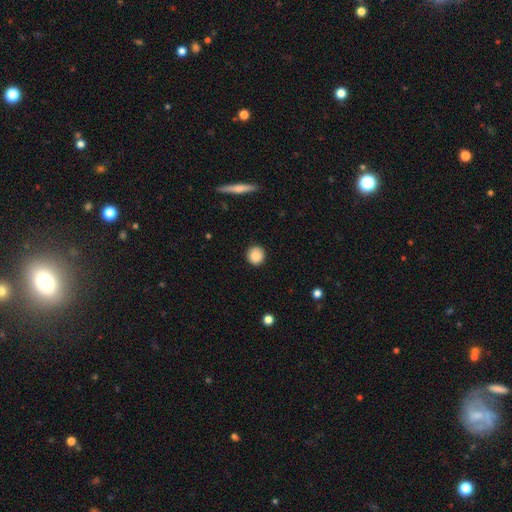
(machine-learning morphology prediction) Smooth or featured: smooth — 88% (star or artifact — 8%)
How rounded: round — 91% (in between — 8%)
Merging: none — 90% (minor disturbance — 7%)